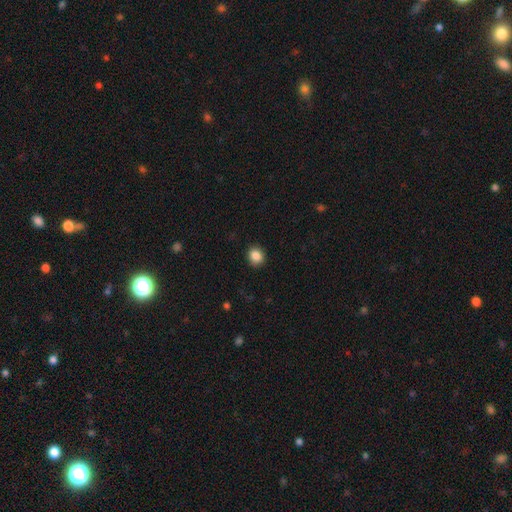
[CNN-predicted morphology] smooth 87%, star or artifact 10%, featured or disk 4%. Down the decision tree: how rounded — round (72%); merging — none (90%).